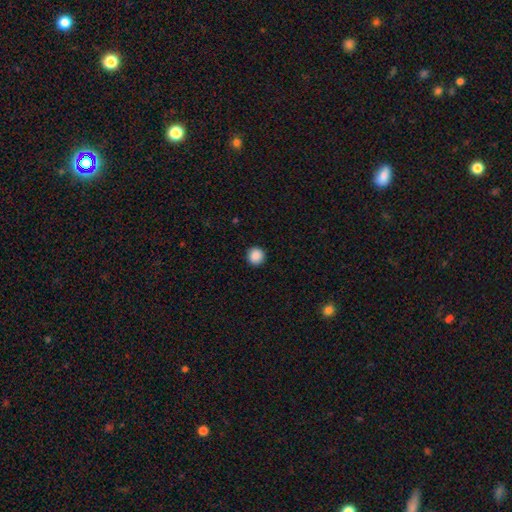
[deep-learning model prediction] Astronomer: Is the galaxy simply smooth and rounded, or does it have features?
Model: smooth — 89%.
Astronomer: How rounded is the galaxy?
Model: round — 95%.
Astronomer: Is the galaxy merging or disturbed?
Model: none — 93%.